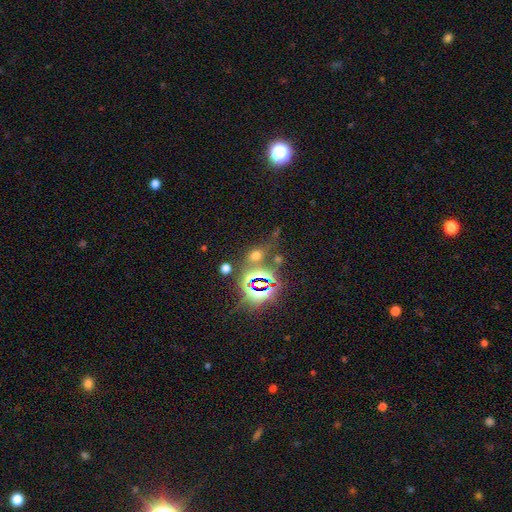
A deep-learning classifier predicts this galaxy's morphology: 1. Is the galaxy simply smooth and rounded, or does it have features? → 48% star or artifact, 44% smooth, 9% featured or disk.